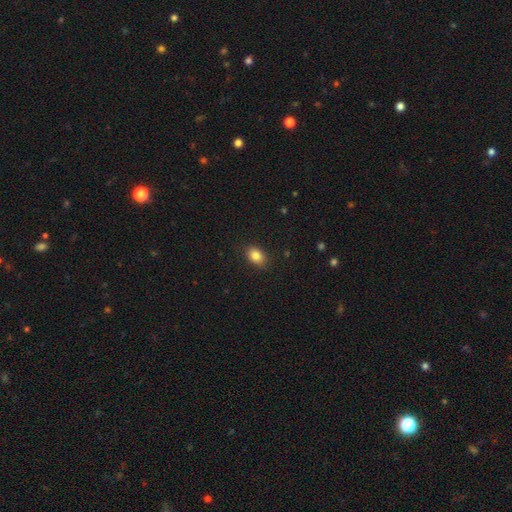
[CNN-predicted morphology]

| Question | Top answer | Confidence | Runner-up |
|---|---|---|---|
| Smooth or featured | smooth | 84% | star or artifact (9%) |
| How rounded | in between | 79% | round (19%) |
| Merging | none | 86% | minor disturbance (11%) |